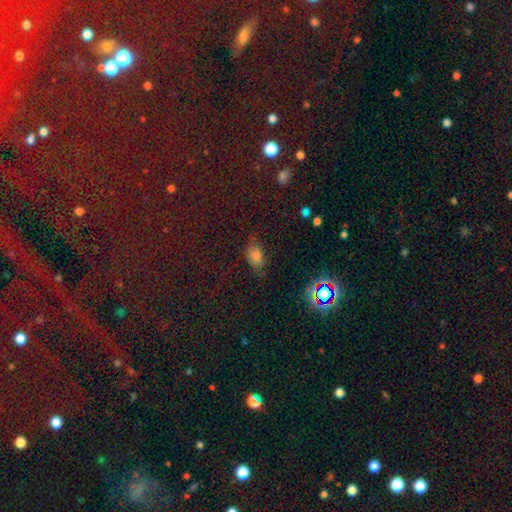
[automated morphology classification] This appears to be a smooth galaxy with no disk features (63%) that is in between round and cigar-shaped (83%). Merging: none (66%).